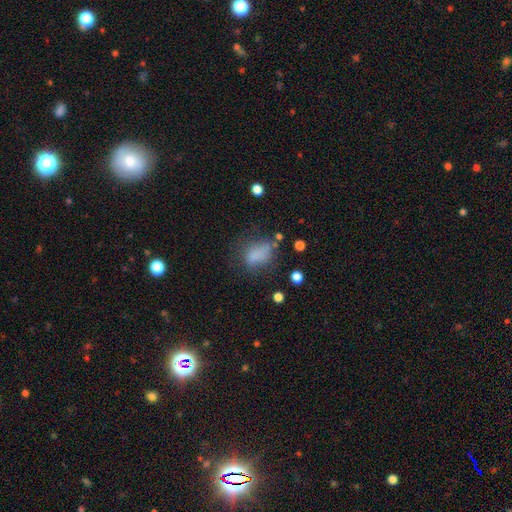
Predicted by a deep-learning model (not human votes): Smooth or featured? Predicted: smooth (p=0.73). How rounded? Predicted: in between (p=0.74). Merging? Predicted: none (p=0.52).